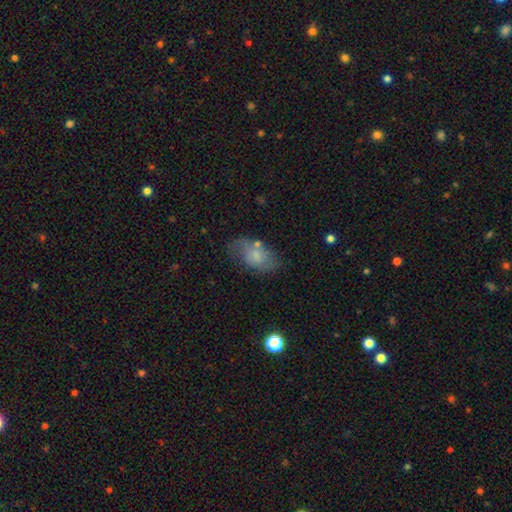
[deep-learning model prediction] Smooth or featured? smooth (59%)
How rounded? in between (91%)
Merging? none (52%)